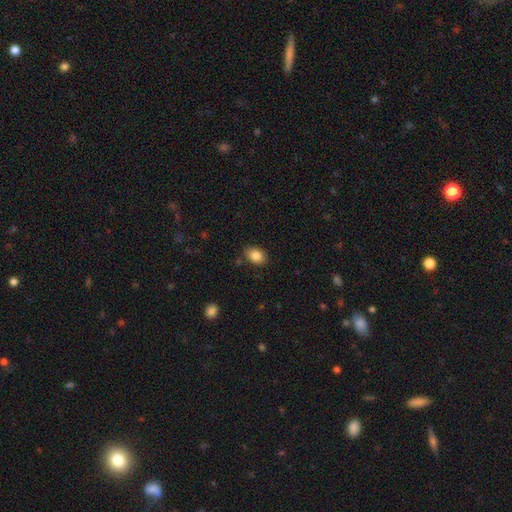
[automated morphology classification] Smooth or featured? Predicted: smooth (p=0.86). How rounded? Predicted: in between (p=0.73). Merging? Predicted: none (p=0.84).